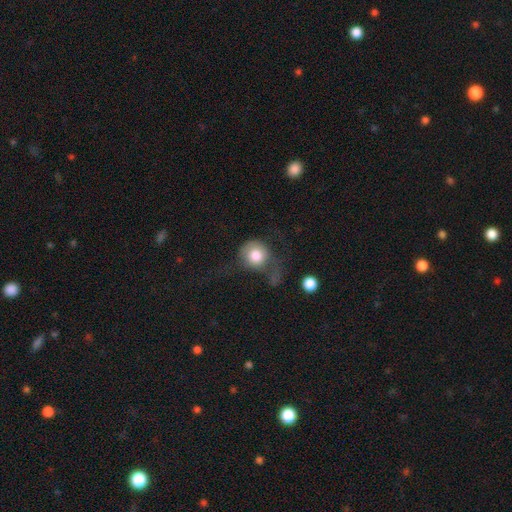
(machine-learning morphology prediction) A smooth galaxy with no disk features (77%) that is round (88%).

Vote fractions:
- Smooth or featured? smooth: 77% / featured or disk: 15% / star or artifact: 8%
- How rounded? round: 88% / in between: 11% / cigar-shaped: 1%
- Merging? major disturbance: 39% / none: 31% / minor disturbance: 22% / merger: 8%